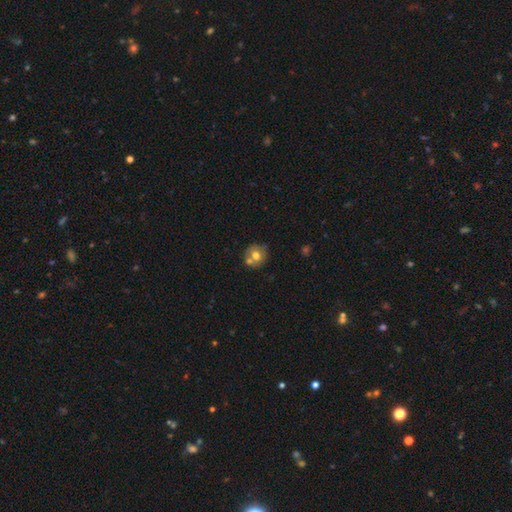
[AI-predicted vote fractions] smooth-or-featured: smooth: 66% | featured or disk: 24% | star or artifact: 10%
  how-rounded: round: 85% | in between: 14% | cigar-shaped: 1%
  merging: none: 58% | merger: 26% | minor disturbance: 12% | major disturbance: 4%